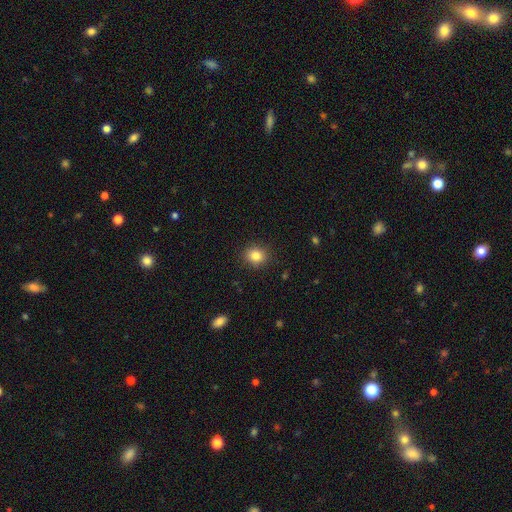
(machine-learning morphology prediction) smooth_or_featured: smooth (p=0.84) [alt: star or artifact p=0.10]
how_rounded: round (p=0.71) [alt: in between p=0.28]
merging: none (p=0.89) [alt: minor disturbance p=0.07]